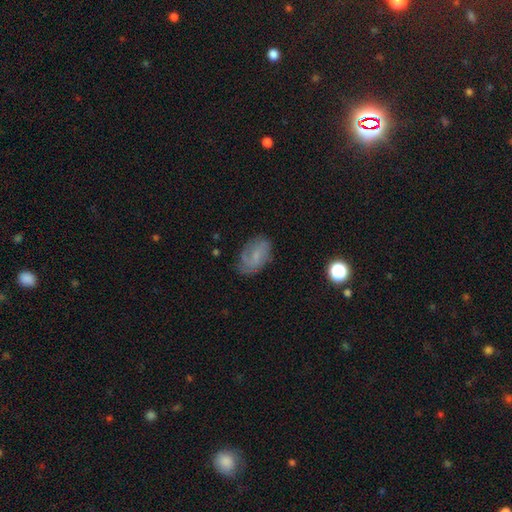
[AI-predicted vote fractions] Overall: featured or disk (46%; smooth 43%). Merging: none (65%).